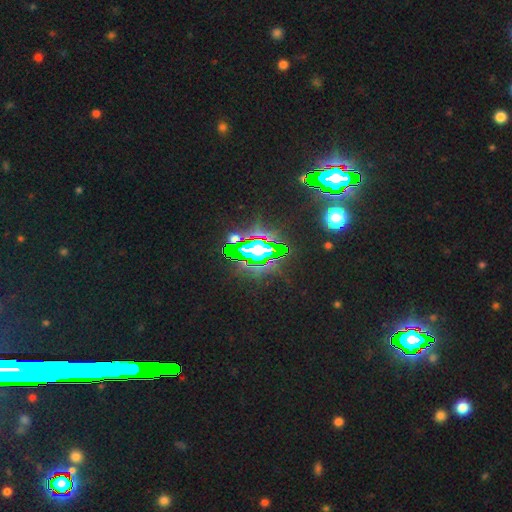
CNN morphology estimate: smooth_or_featured: star or artifact (p=0.84) [alt: smooth p=0.08]